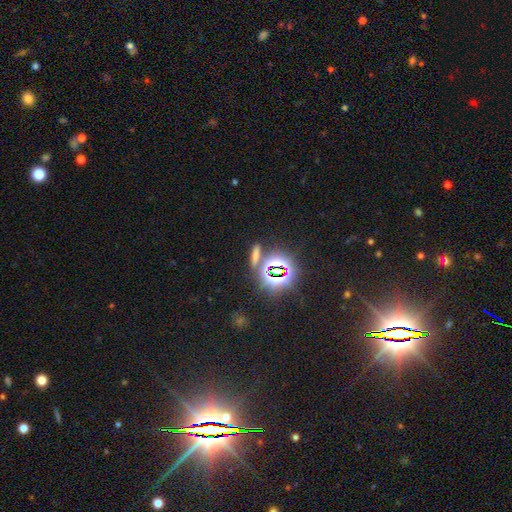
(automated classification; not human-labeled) Smooth or featured? Predicted: smooth (p=0.45). Merging? Predicted: none (p=0.75).